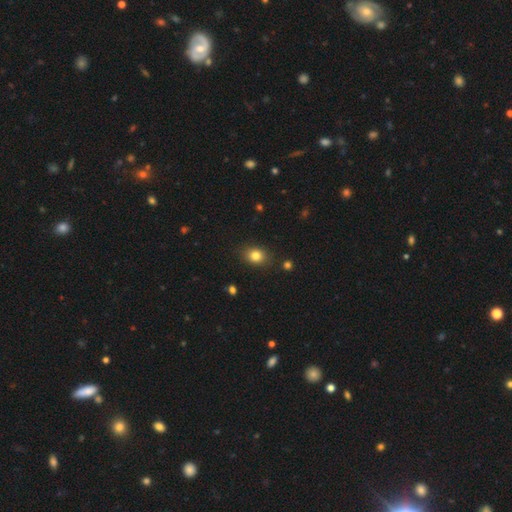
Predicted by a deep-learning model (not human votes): This is clearly a smooth galaxy (82%). How rounded: possibly in between (50%). Merging: clearly none (84%).